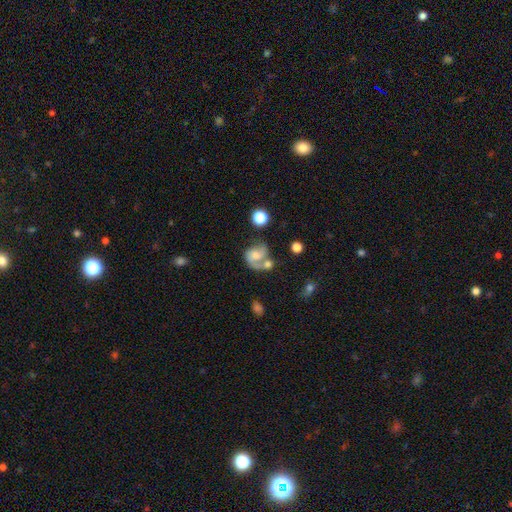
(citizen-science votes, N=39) smooth-or-featured: featured or disk: 62% | smooth: 33% | star or artifact: 5%
  disk-edge-on: no: 96% | yes: 4%
    bar: no: 78% | weak: 17% | strong: 4%
    has-spiral-arms: yes: 65% | no: 35%
      spiral-winding: medium: 47% | loose: 40% | tight: 13%
      spiral-arm-count: 2: 80% | 1: 20% | 3: 0% | 4: 0% | more than 4: 0% | can't tell: 0%
    bulge-size: moderate: 48% | small: 26% | large: 17% | dominant: 4% | none: 4%
  merging: merger: 46% | none: 22% | minor disturbance: 16% | major disturbance: 16%